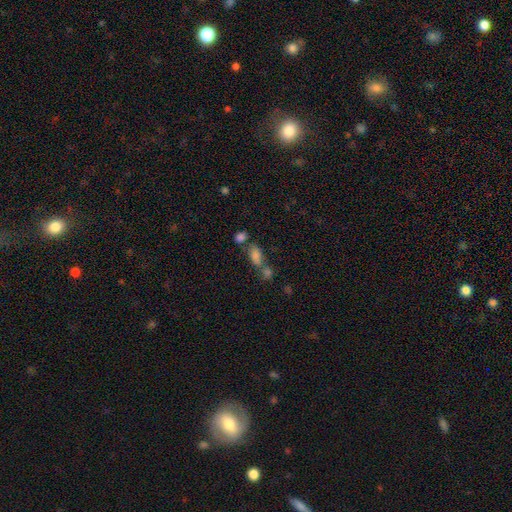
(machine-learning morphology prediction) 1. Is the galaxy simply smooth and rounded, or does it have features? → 75% smooth, 14% star or artifact, 11% featured or disk.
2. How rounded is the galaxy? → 81% in between, 11% cigar-shaped, 7% round.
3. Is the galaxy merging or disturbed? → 42% merger, 40% none, 12% minor disturbance, 6% major disturbance.